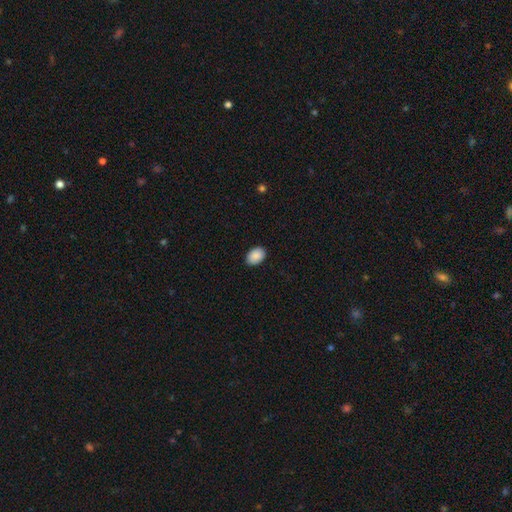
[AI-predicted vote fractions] A smooth galaxy with no disk features (90%) that is in between round and cigar-shaped (83%).

Vote fractions:
- Smooth or featured? smooth: 90% / star or artifact: 7% / featured or disk: 3%
- How rounded? in between: 83% / round: 16% / cigar-shaped: 1%
- Merging? none: 89% / minor disturbance: 9% / major disturbance: 2% / merger: 1%